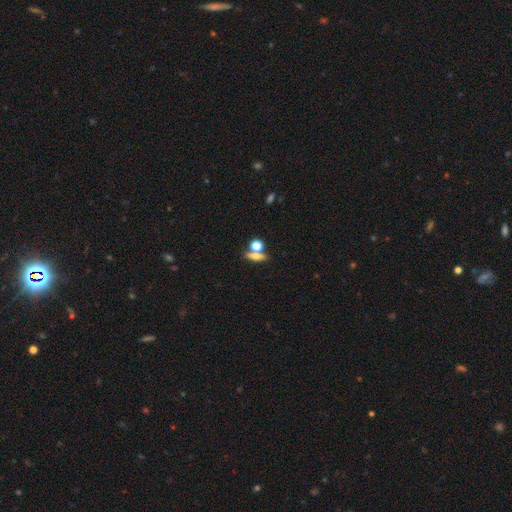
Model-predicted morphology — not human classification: A smooth galaxy with no disk features (59%) that is in between round and cigar-shaped (36%).

Vote fractions:
- Smooth or featured? smooth: 59% / featured or disk: 27% / star or artifact: 15%
- How rounded? in between: 36% / cigar-shaped: 35% / round: 29%
- Merging? none: 60% / merger: 27% / minor disturbance: 9% / major disturbance: 4%